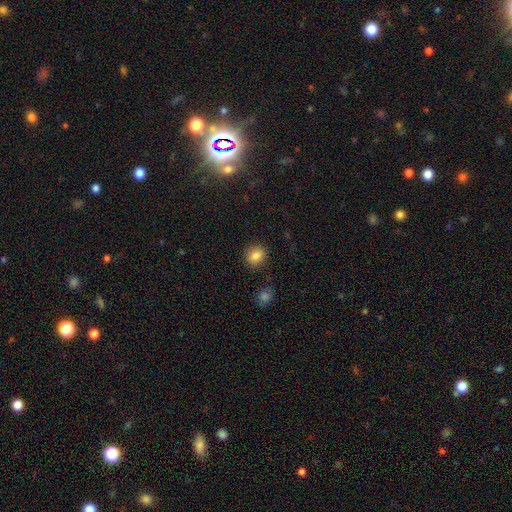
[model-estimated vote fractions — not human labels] Smooth or featured: smooth — 85% (star or artifact — 10%)
How rounded: round — 71% (in between — 28%)
Merging: none — 87% (minor disturbance — 8%)